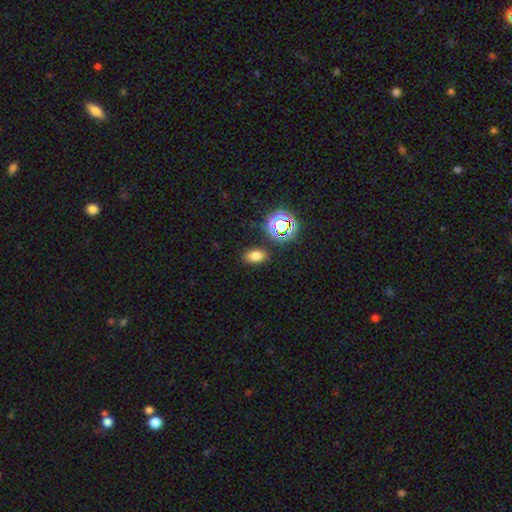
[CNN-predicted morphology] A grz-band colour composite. It shows a smooth galaxy with no disk features (72%) that is in between round and cigar-shaped (86%). Merging: none (86%).